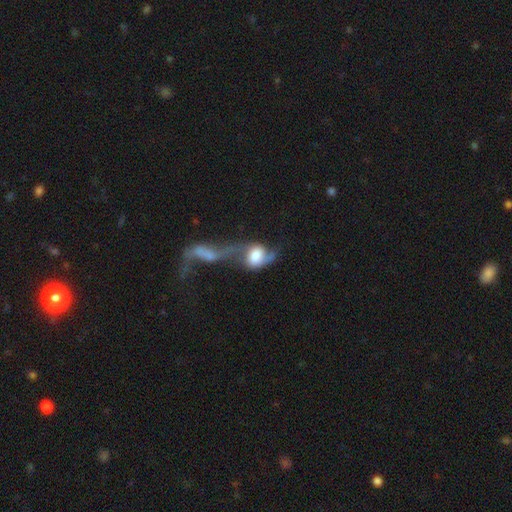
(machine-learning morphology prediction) Smooth or featured: featured or disk — 51% (smooth — 41%)
Edge-on disk: no — 94% (yes — 6%)
Merging: merger — 63% (major disturbance — 19%)